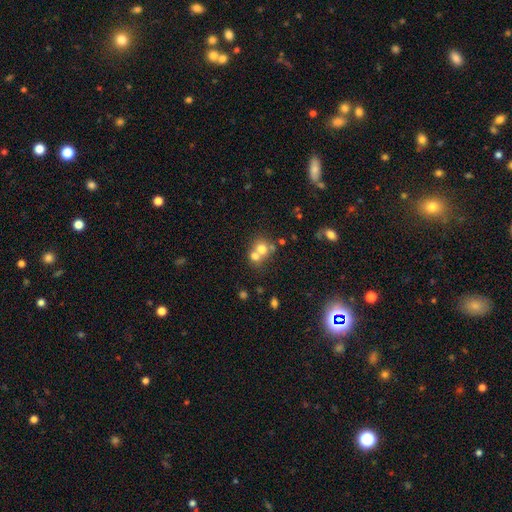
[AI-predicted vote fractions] Overall: smooth (70%). How rounded: round (78%). Merging: merger (57%; none 34%).